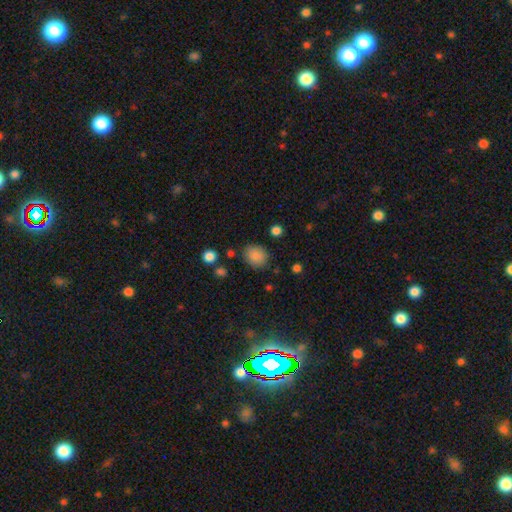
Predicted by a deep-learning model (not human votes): smooth 85%, star or artifact 10%, featured or disk 5%. Down the decision tree: how rounded — round (71%); merging — none (81%).